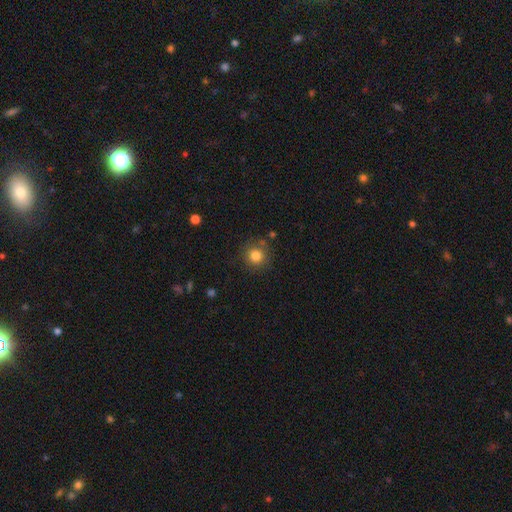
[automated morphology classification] Q: Smooth or featured?
A: smooth (82%); runner-up: star or artifact (11%)
Q: How rounded?
A: round (93%); runner-up: in between (7%)
Q: Merging?
A: none (81%); runner-up: minor disturbance (11%)